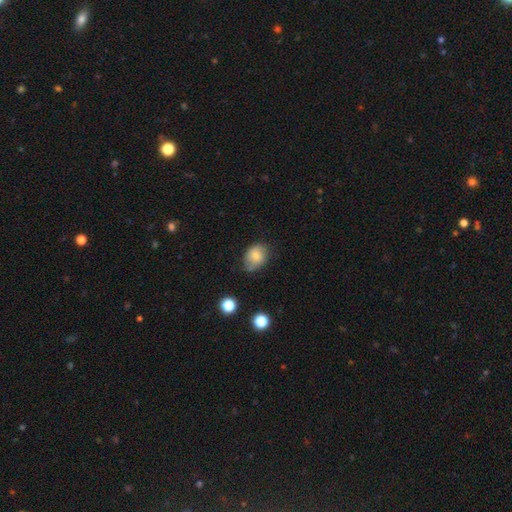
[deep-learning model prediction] Q: Smooth or featured?
A: smooth (77%); runner-up: featured or disk (14%)
Q: How rounded?
A: in between (54%); runner-up: round (46%)
Q: Merging?
A: none (57%); runner-up: minor disturbance (32%)